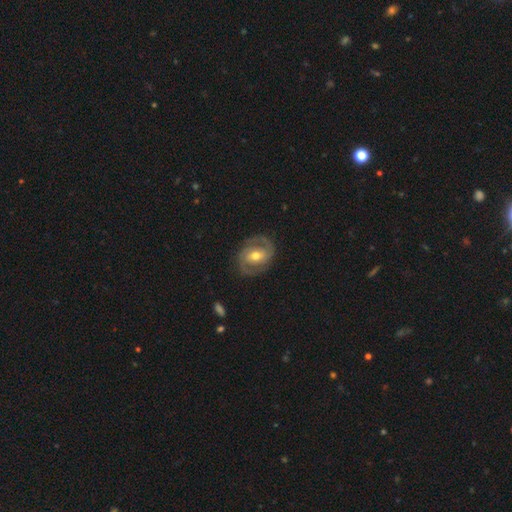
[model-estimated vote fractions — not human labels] featured or disk 83%, smooth 12%, star or artifact 5%. Down the decision tree: edge-on disk — no (97%); bar — weak (42%); spiral arms — yes (91%); spiral arm count — 2 (89%); spiral winding — medium (45%); bulge size — moderate (73%); merging — none (82%).